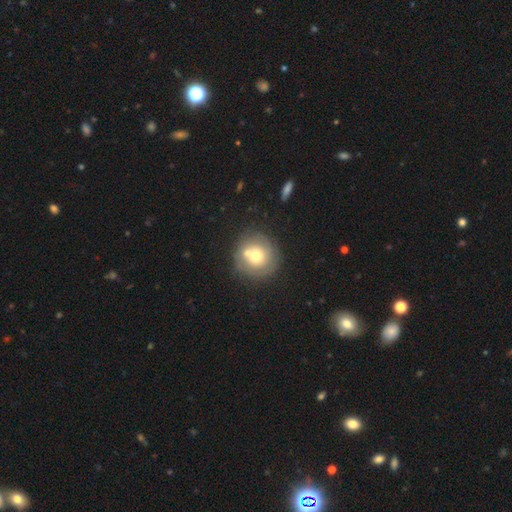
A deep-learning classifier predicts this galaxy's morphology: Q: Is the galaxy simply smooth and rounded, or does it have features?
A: smooth — 61%.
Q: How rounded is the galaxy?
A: round — 91%.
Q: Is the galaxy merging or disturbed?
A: none — 53%.